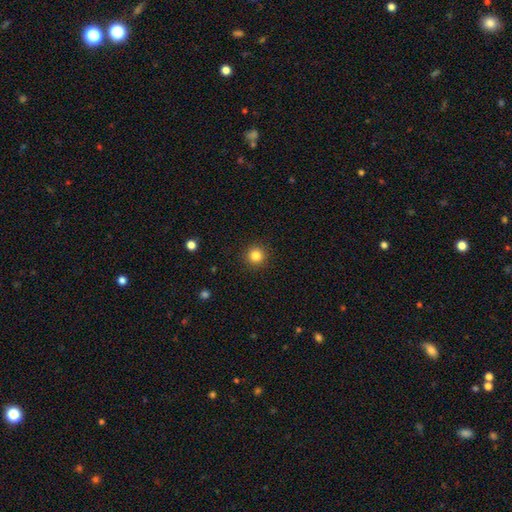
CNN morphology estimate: A smooth galaxy with no disk features (84%) that is round (95%).

Vote fractions:
- Smooth or featured? smooth: 84% / star or artifact: 11% / featured or disk: 5%
- How rounded? round: 95% / in between: 4% / cigar-shaped: 1%
- Merging? none: 92% / minor disturbance: 5% / major disturbance: 2% / merger: 1%